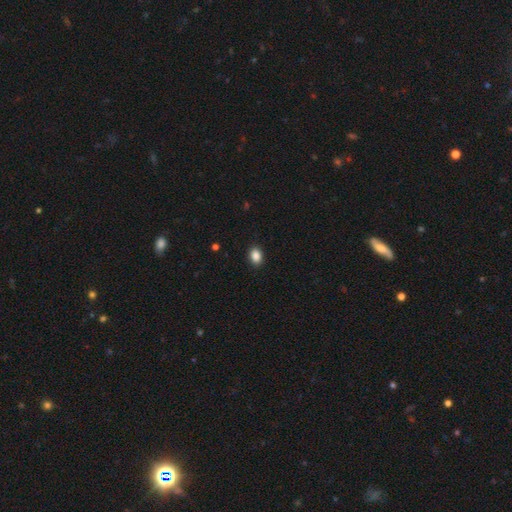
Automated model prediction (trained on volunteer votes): Overall: smooth (87%). How rounded: in between (75%). Merging: none (90%).